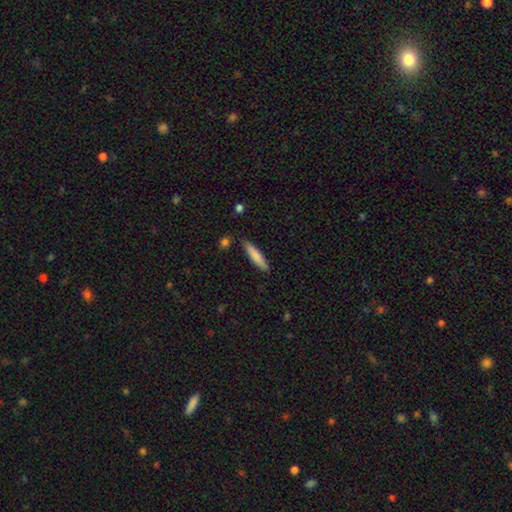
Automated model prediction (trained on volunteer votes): A smooth galaxy with no disk features (80%) that is cigar-shaped (85%).

Vote fractions:
- Smooth or featured? smooth: 80% / featured or disk: 14% / star or artifact: 6%
- How rounded? cigar-shaped: 85% / in between: 14% / round: 1%
- Merging? none: 87% / minor disturbance: 9% / merger: 2% / major disturbance: 2%